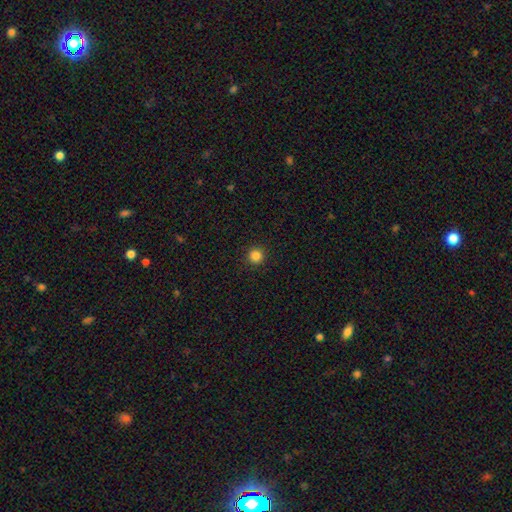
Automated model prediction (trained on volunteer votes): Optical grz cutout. It shows a smooth galaxy with no disk features (84%) that is round (96%). Merging: none (93%).